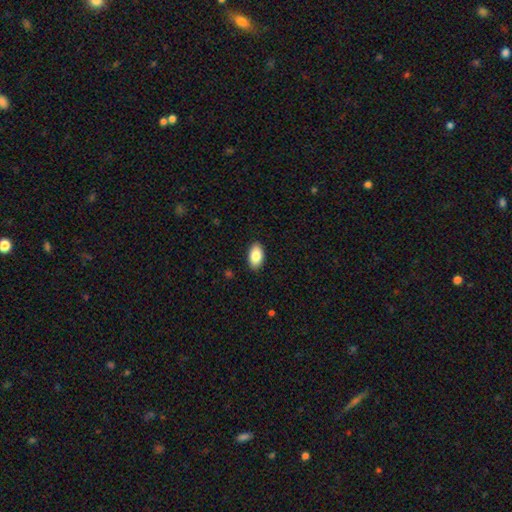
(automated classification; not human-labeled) This appears to be a smooth galaxy with no disk features (85%) that is in between round and cigar-shaped (94%). Merging: none (89%).